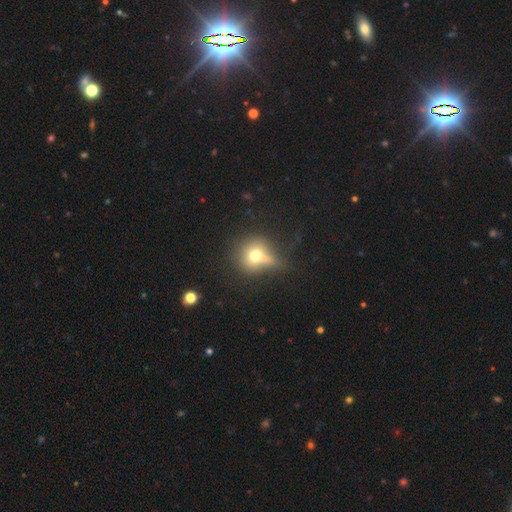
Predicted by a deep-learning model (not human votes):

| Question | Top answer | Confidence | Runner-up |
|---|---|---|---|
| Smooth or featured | smooth | 62% | featured or disk (23%) |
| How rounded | round | 78% | in between (20%) |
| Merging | none | 41% | major disturbance (23%) |